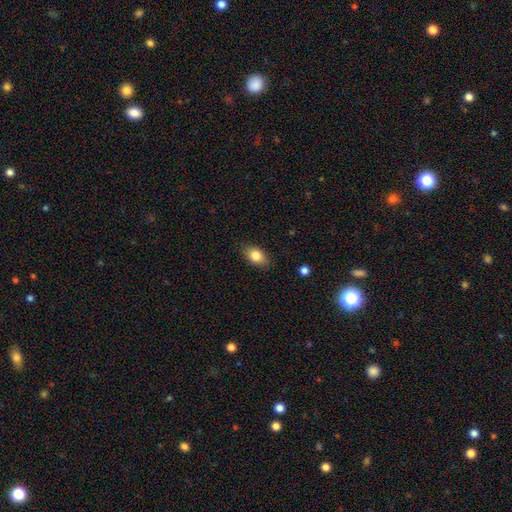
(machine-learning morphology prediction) smooth 82%, featured or disk 10%, star or artifact 8%. Down the decision tree: how rounded — in between (81%); merging — none (83%).